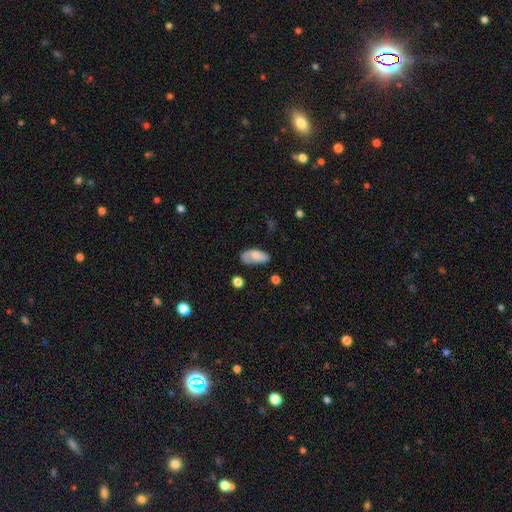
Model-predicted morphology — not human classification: Smooth or featured? Predicted: smooth (p=0.74). How rounded? Predicted: in between (p=0.91). Merging? Predicted: none (p=0.54).